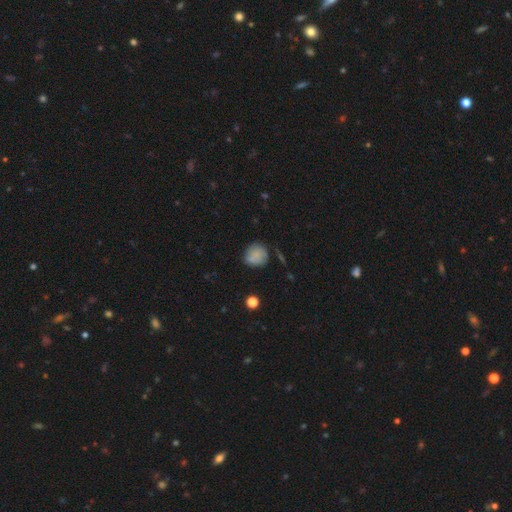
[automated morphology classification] Q: Smooth or featured?
A: smooth (73%); runner-up: featured or disk (17%)
Q: How rounded?
A: round (81%); runner-up: in between (18%)
Q: Merging?
A: none (65%); runner-up: minor disturbance (24%)